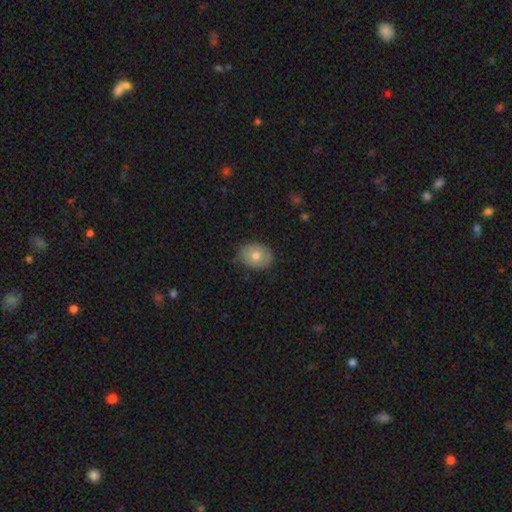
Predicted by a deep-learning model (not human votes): This appears to be a smooth galaxy with no disk features (72%) that is in between round and cigar-shaped (62%). Merging: none (81%).